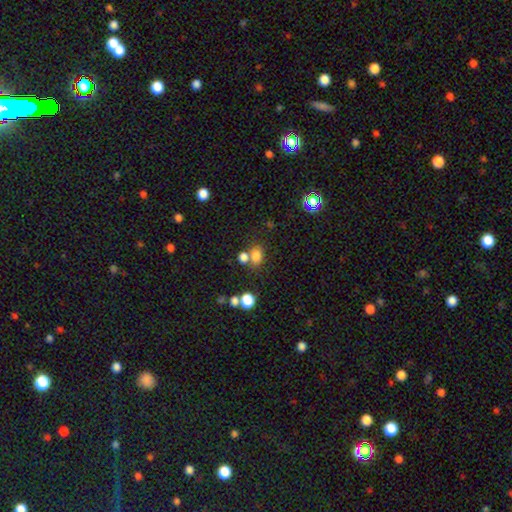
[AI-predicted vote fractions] smooth_or_featured: smooth (p=0.76) [alt: star or artifact p=0.16]
how_rounded: in between (p=0.66) [alt: round p=0.33]
merging: none (p=0.51) [alt: merger p=0.32]